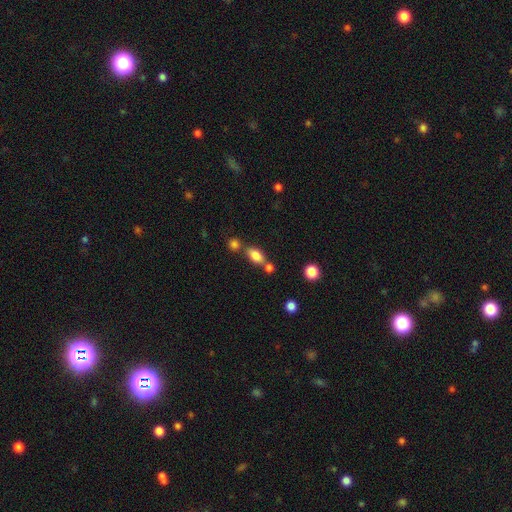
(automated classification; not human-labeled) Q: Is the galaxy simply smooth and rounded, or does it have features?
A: smooth — 81%.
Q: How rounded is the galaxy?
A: in between — 84%.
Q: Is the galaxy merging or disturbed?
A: none — 58%.